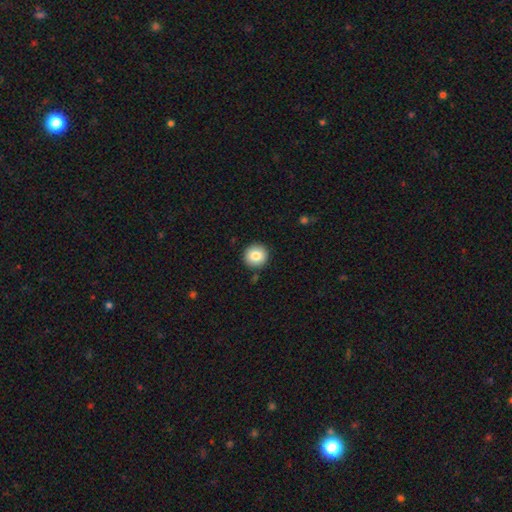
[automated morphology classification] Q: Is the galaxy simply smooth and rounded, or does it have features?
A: smooth — 84%.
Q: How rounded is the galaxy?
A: round — 95%.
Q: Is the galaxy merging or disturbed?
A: none — 90%.